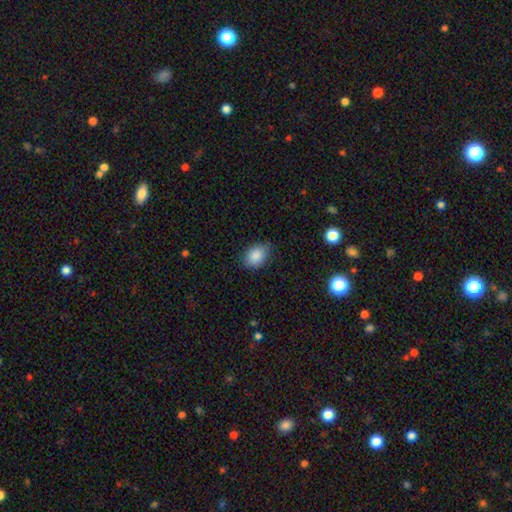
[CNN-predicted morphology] smooth_or_featured: smooth (p=0.87) [alt: star or artifact p=0.08]
how_rounded: in between (p=0.76) [alt: round p=0.23]
merging: none (p=0.77) [alt: minor disturbance p=0.19]